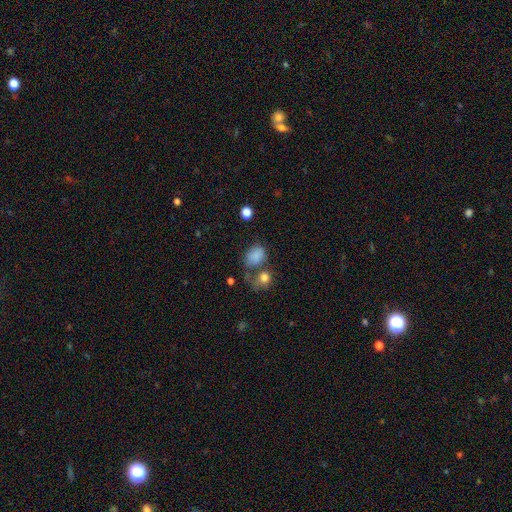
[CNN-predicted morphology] A smooth galaxy with no disk features (81%) that is in between round and cigar-shaped (61%).

Vote fractions:
- Smooth or featured? smooth: 81% / star or artifact: 11% / featured or disk: 8%
- How rounded? in between: 61% / round: 37% / cigar-shaped: 1%
- Merging? none: 41% / merger: 23% / minor disturbance: 21% / major disturbance: 14%